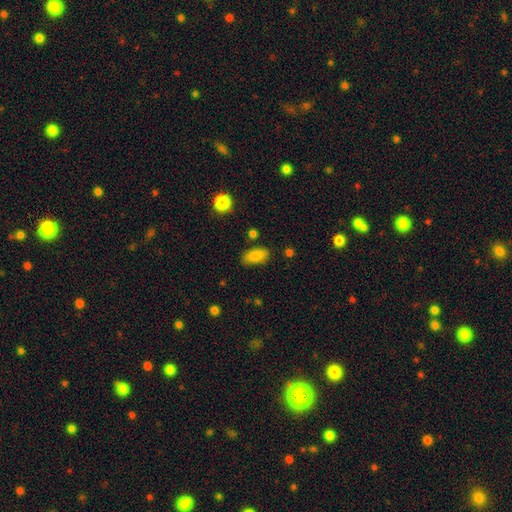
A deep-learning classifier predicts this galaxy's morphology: Smooth or featured? smooth (84%)
How rounded? in between (90%)
Merging? none (81%)